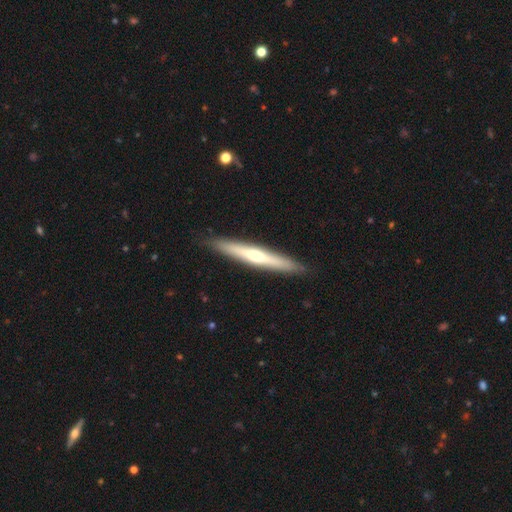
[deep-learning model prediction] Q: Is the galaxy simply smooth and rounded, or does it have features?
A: featured or disk — 58%.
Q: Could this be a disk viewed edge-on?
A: yes — 94%.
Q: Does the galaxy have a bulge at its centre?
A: rounded — 77%.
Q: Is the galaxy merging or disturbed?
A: none — 90%.